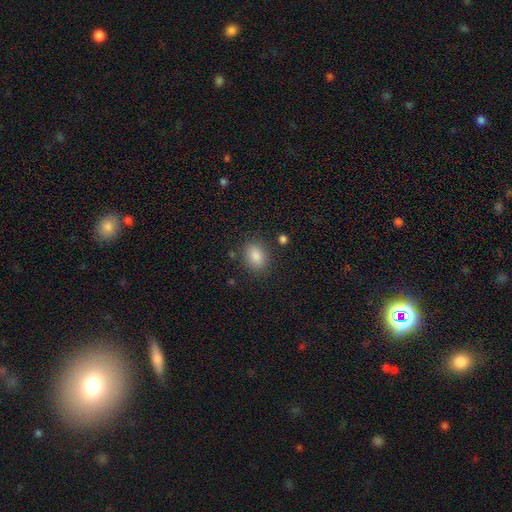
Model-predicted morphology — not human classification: This is clearly a smooth galaxy (85%). How rounded: likely in between (72%). Merging: clearly none (84%).